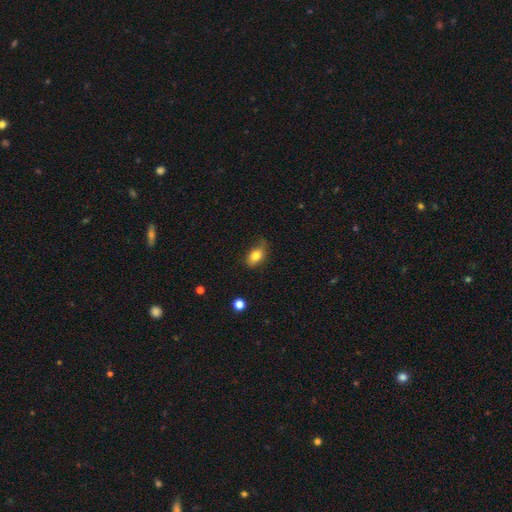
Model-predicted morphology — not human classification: smooth 81%, featured or disk 11%, star or artifact 8%. Down the decision tree: how rounded — in between (86%); merging — none (65%).